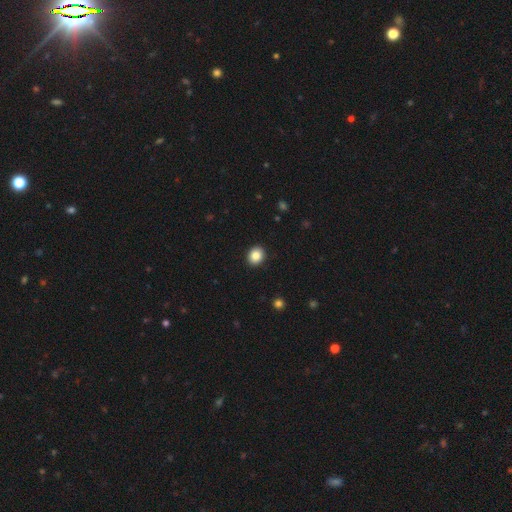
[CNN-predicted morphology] A smooth galaxy with no disk features (85%) that is round (63%).

Vote fractions:
- Smooth or featured? smooth: 85% / star or artifact: 9% / featured or disk: 5%
- How rounded? round: 63% / in between: 36% / cigar-shaped: 1%
- Merging? none: 92% / minor disturbance: 5% / major disturbance: 2% / merger: 1%